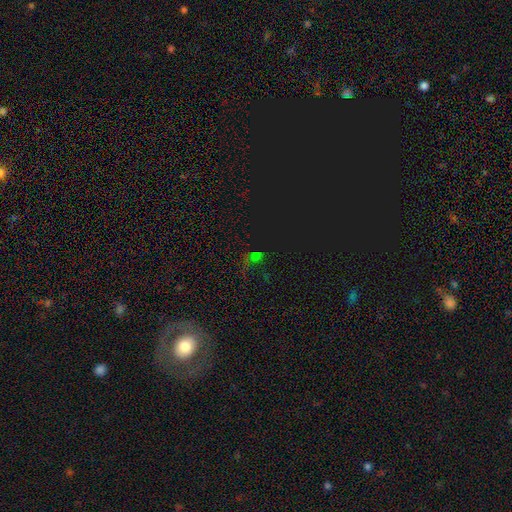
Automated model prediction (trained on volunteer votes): A star or artifact, not a galaxy (68%).

Vote fractions:
- Smooth or featured? star or artifact: 68% / smooth: 22% / featured or disk: 10%